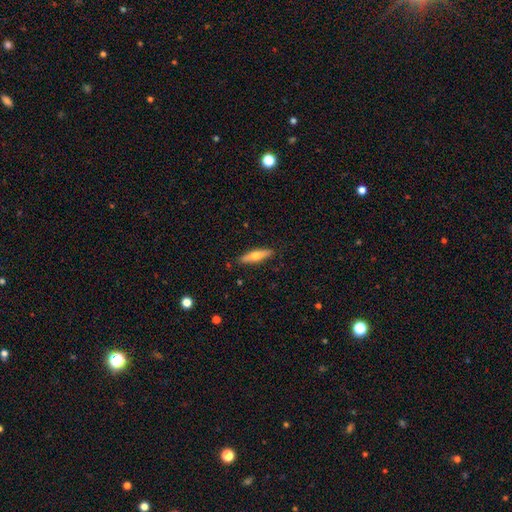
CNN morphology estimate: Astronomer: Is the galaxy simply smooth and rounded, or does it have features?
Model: smooth — 57% (runner-up: featured or disk, 37%).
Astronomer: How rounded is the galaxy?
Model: cigar-shaped — 72%.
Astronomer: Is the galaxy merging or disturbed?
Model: none — 87%.